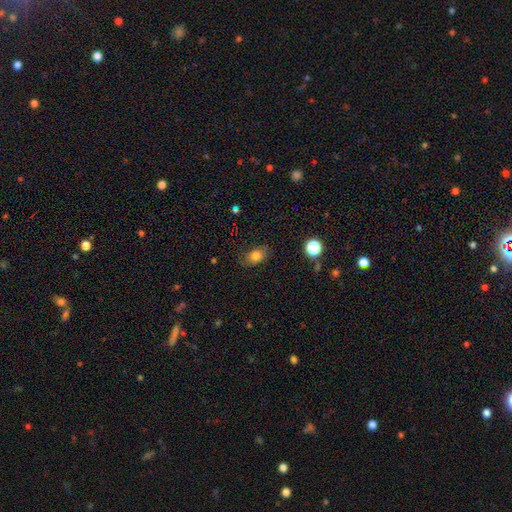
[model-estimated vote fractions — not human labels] Overall: smooth (78%). How rounded: in between (78%). Merging: none (79%).